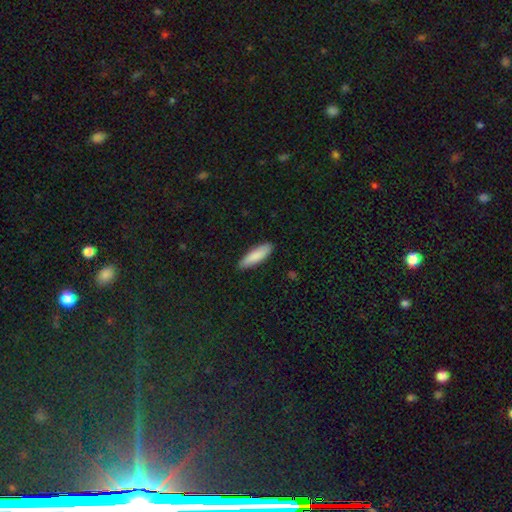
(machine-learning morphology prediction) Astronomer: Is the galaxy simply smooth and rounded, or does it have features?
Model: smooth — 86%.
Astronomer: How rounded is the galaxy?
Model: cigar-shaped — 56% (runner-up: in between, 43%).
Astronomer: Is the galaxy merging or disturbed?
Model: none — 88%.